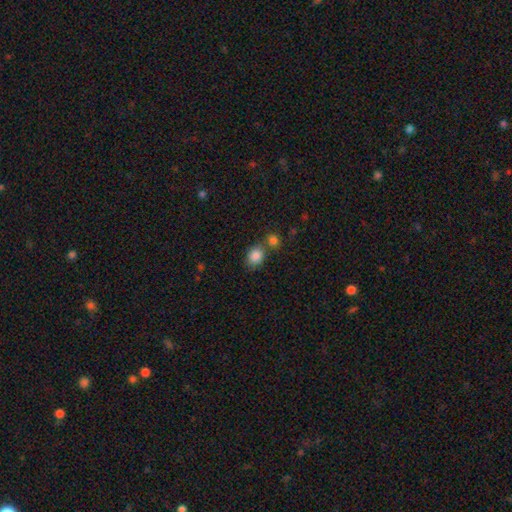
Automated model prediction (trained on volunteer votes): Q: Smooth or featured?
A: smooth (86%); runner-up: star or artifact (9%)
Q: How rounded?
A: round (56%); runner-up: in between (43%)
Q: Merging?
A: none (60%); runner-up: merger (24%)